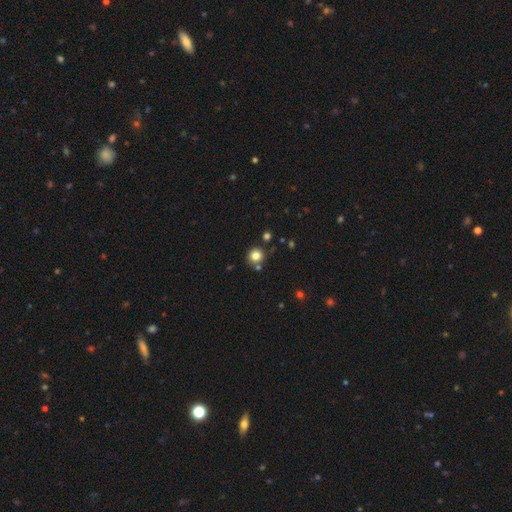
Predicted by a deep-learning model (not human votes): Morphology: type=smooth (82%); roundness=round (92%); merging=none (81%).